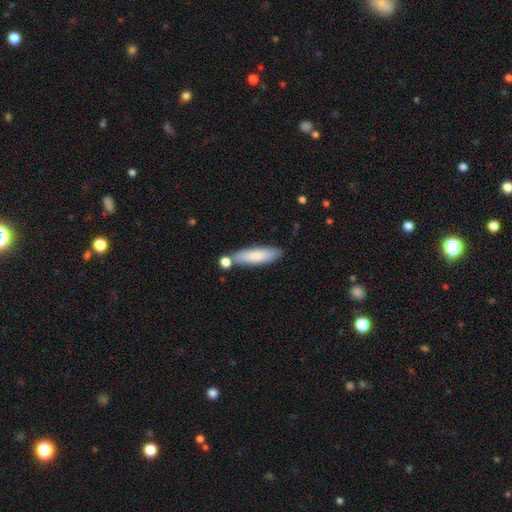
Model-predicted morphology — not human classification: The model was most divided on "how rounded": cigar-shaped: 60%, in between: 38%, round: 2%. More confident: smooth or featured — smooth (81%); merging — none (72%).